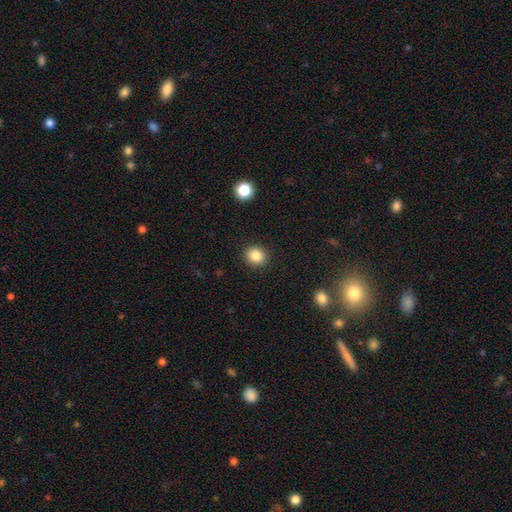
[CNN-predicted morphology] Smooth or featured?
  - smooth: 85% *
  - star or artifact: 10%
  - featured or disk: 5%
How rounded?
  - round: 81% *
  - in between: 18%
  - cigar-shaped: 1%
Merging?
  - none: 91% *
  - minor disturbance: 6%
  - major disturbance: 2%
  - merger: 1%